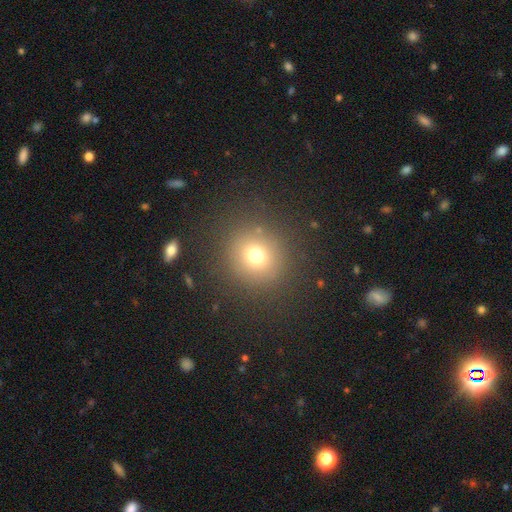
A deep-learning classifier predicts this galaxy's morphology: smooth_or_featured: smooth (p=0.71) [alt: star or artifact p=0.18]
how_rounded: round (p=0.90) [alt: in between p=0.09]
merging: none (p=0.86) [alt: minor disturbance p=0.08]